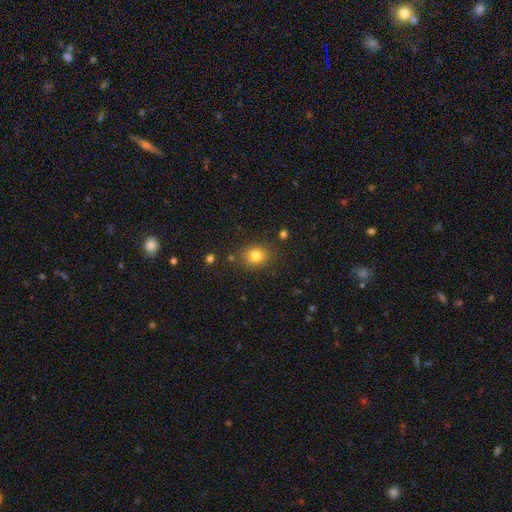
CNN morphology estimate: smooth 81%, star or artifact 12%, featured or disk 7%. Down the decision tree: how rounded — round (65%); merging — none (85%).